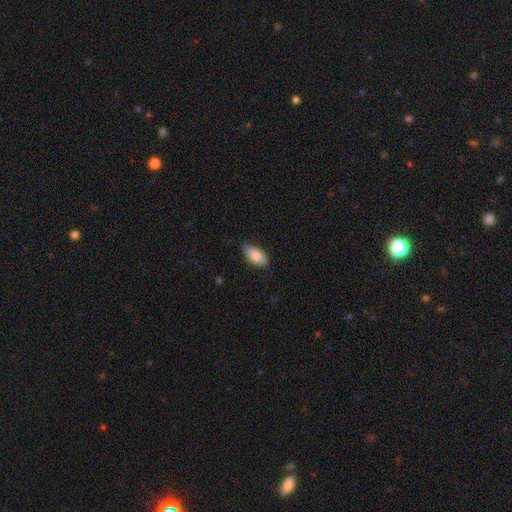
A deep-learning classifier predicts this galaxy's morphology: smooth_or_featured: smooth (p=0.82) [alt: featured or disk p=0.11]
how_rounded: in between (p=0.93) [alt: round p=0.04]
merging: none (p=0.71) [alt: minor disturbance p=0.25]